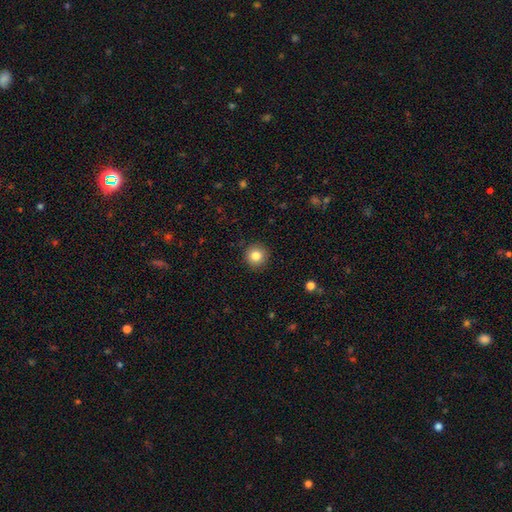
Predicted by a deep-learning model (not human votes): Smooth or featured: smooth — 83% (star or artifact — 10%)
How rounded: round — 94% (in between — 5%)
Merging: none — 91% (minor disturbance — 6%)